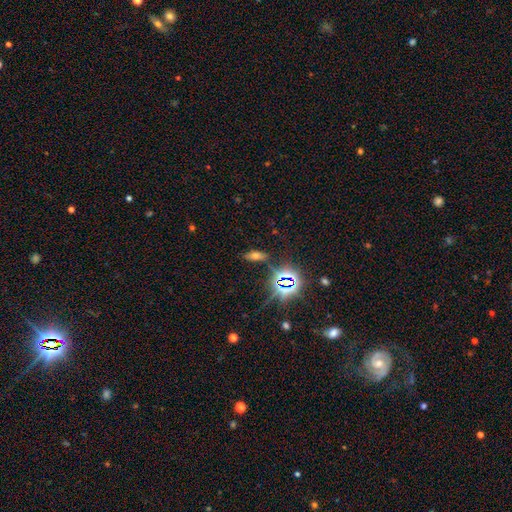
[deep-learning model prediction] smooth 43%, star or artifact 38%, featured or disk 19%. Down the decision tree: merging — none (81%).